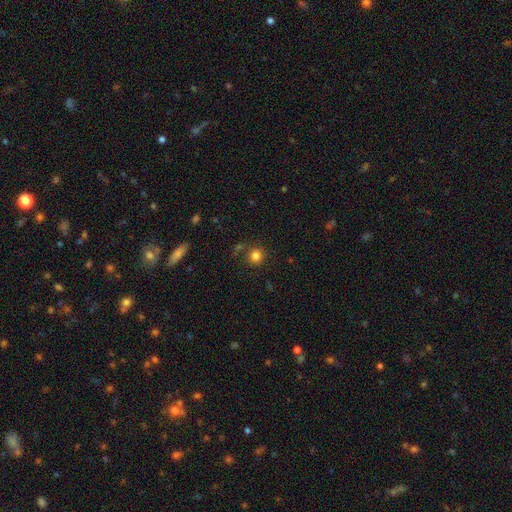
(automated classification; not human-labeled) This is clearly a smooth galaxy (82%). How rounded: clearly round (90%). Merging: clearly none (80%).